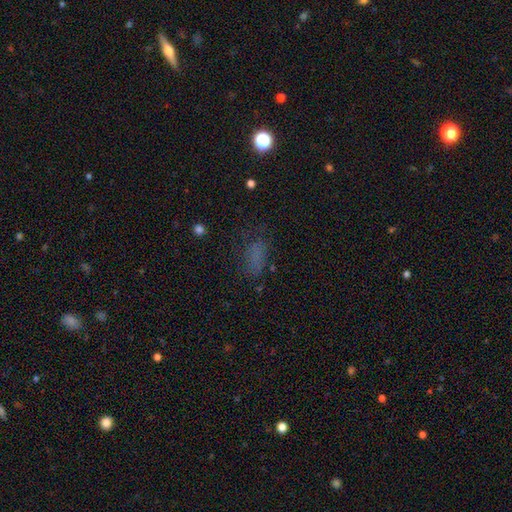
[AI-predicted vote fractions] A smooth galaxy with no disk features (62%) that is in between round and cigar-shaped (80%). Merging: none (58%).